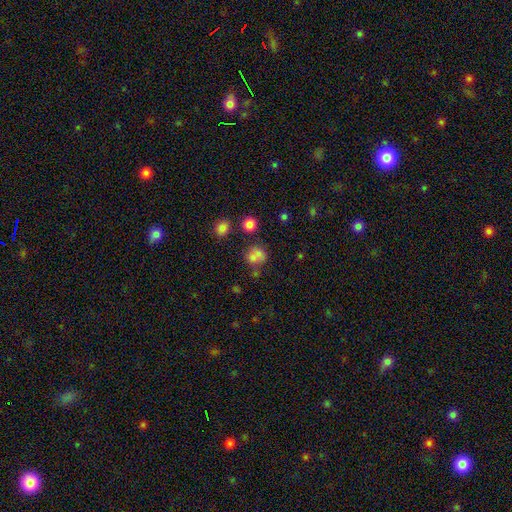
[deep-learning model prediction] The model was most divided on "merging": none: 46%, merger: 32%, minor disturbance: 14%, major disturbance: 8%. More confident: how rounded — round (71%); smooth or featured — smooth (71%).